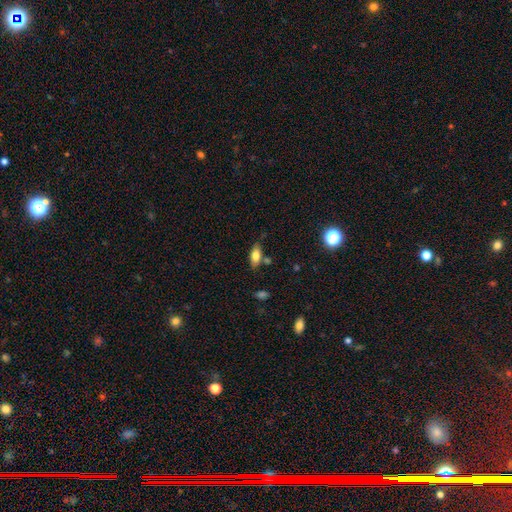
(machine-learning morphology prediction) Smooth or featured? smooth (74%)
How rounded? in between (83%)
Merging? none (72%)